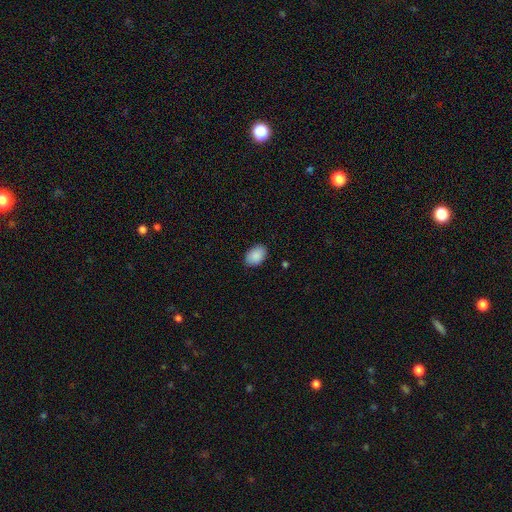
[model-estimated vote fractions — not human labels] The model was most divided on "how rounded": in between: 84%, round: 15%, cigar-shaped: 1%. More confident: smooth or featured — smooth (89%); merging — none (86%).